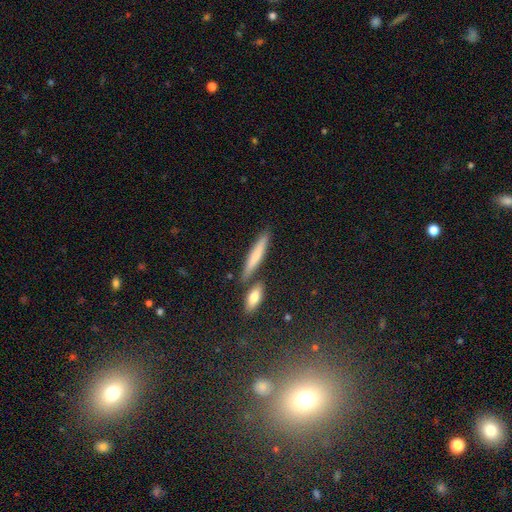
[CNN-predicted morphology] smooth 68%, featured or disk 24%, star or artifact 8%. Down the decision tree: how rounded — cigar-shaped (88%); merging — none (76%).